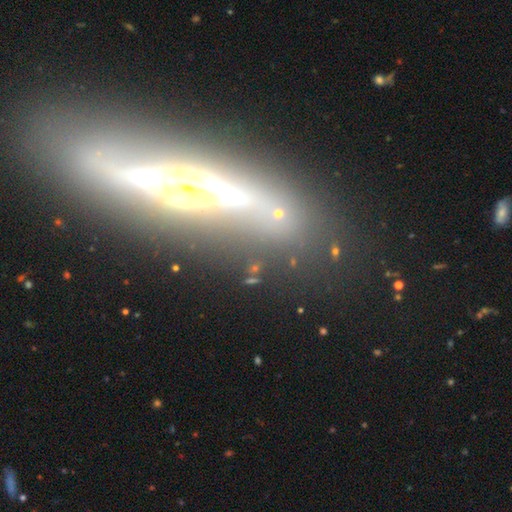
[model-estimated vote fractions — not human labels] Q: Smooth or featured?
A: featured or disk (75%); runner-up: smooth (14%)
Q: Edge-on disk?
A: yes (79%); runner-up: no (21%)
Q: Edge-on bulge?
A: rounded (49%); runner-up: none (33%)
Q: Merging?
A: none (77%); runner-up: minor disturbance (13%)